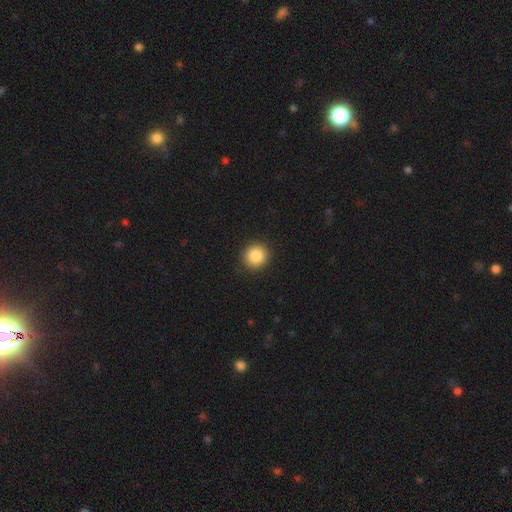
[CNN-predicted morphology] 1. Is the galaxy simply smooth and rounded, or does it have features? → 86% smooth, 9% star or artifact, 5% featured or disk.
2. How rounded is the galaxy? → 91% round, 8% in between, 1% cigar-shaped.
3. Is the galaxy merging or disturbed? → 92% none, 5% minor disturbance, 2% major disturbance, 1% merger.